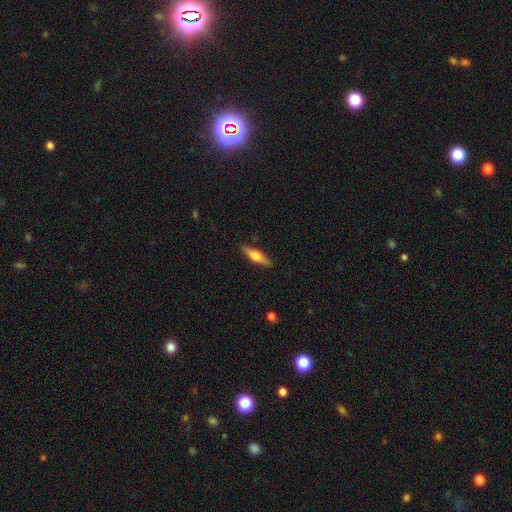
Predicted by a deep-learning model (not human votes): The model was most divided on "smooth or featured": featured or disk: 54%, smooth: 40%, star or artifact: 6%. More confident: edge-on disk — yes (95%); edge-on bulge — rounded (90%); merging — none (89%).